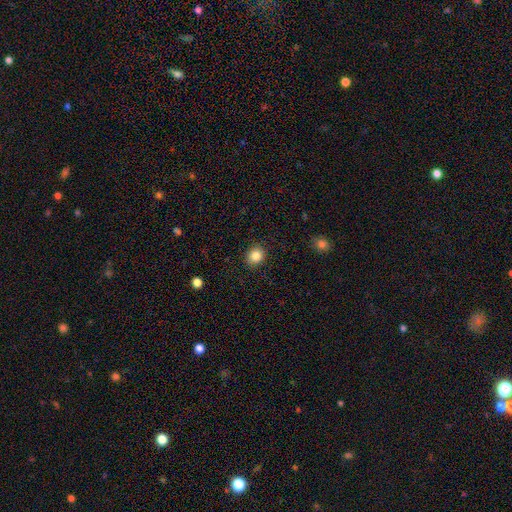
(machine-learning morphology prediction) smooth-or-featured: smooth: 85% | star or artifact: 10% | featured or disk: 5%
  how-rounded: round: 76% | in between: 23% | cigar-shaped: 1%
  merging: none: 90% | minor disturbance: 7% | major disturbance: 2% | merger: 1%